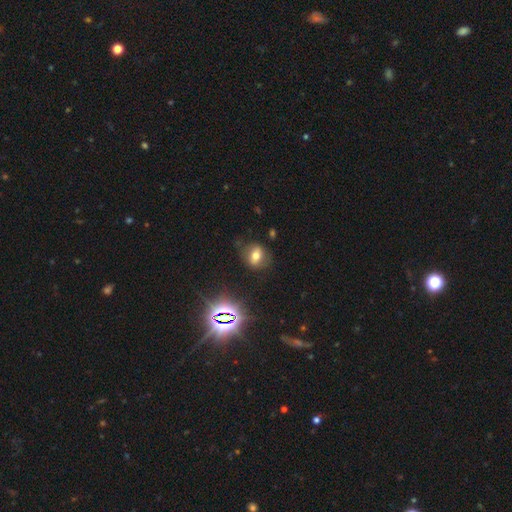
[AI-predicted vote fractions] The model was most divided on "how rounded": in between: 53%, round: 45%, cigar-shaped: 2%. More confident: merging — none (72%); smooth or featured — smooth (56%).